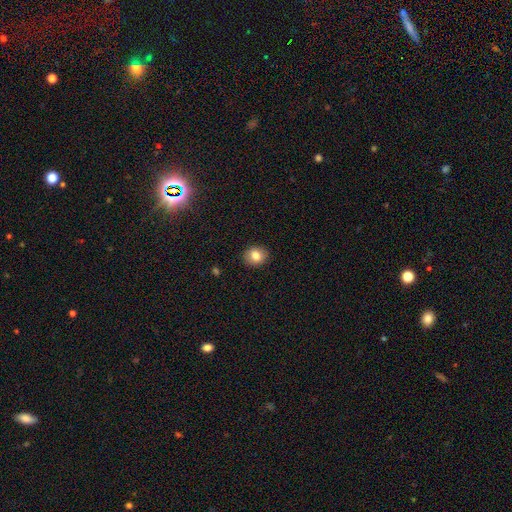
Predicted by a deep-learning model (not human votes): Smooth or featured? smooth (82%)
How rounded? round (72%)
Merging? none (90%)